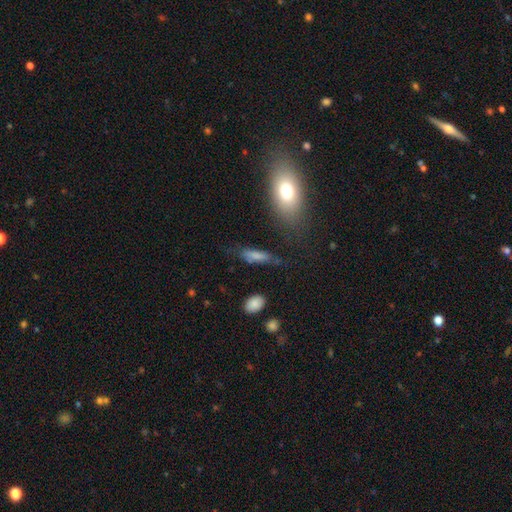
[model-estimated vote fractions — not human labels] This is likely a smooth galaxy (72%). How rounded: possibly cigar-shaped (55%). Merging: likely none (62%).